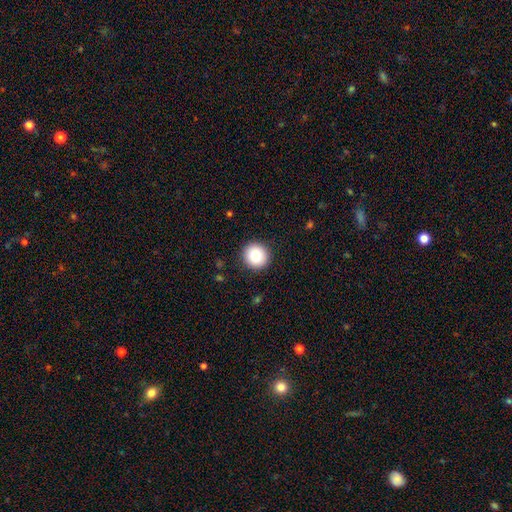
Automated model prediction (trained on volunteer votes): A smooth galaxy with no disk features (82%) that is round (92%). Merging: none (91%).